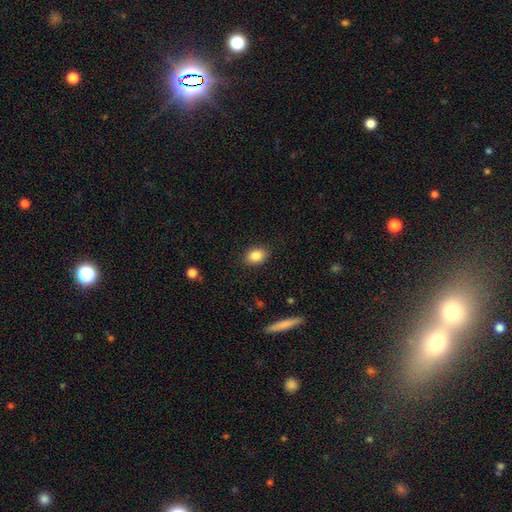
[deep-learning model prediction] A smooth galaxy with no disk features (85%) that is in between round and cigar-shaped (73%). Merging: none (88%).